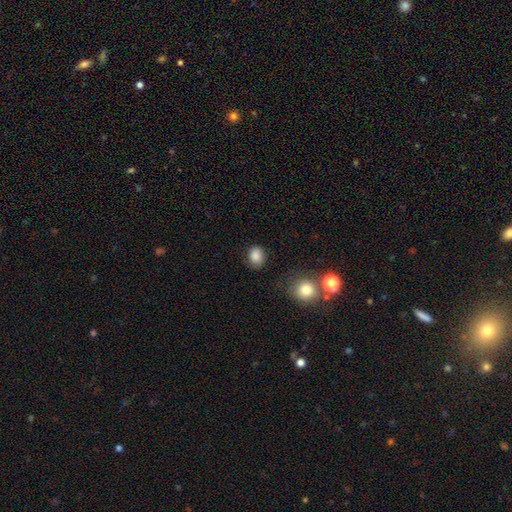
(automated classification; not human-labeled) Morphology: type=smooth (86%); roundness=round (54%); merging=none (82%).